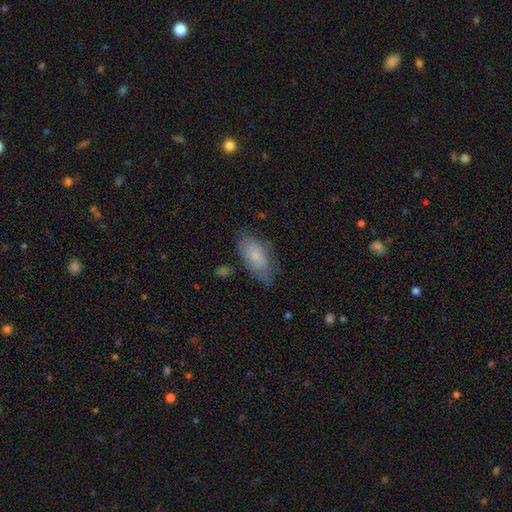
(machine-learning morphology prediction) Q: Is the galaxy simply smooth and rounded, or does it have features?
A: smooth — 72%.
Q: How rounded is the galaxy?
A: in between — 88%.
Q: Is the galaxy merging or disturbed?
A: none — 65%.